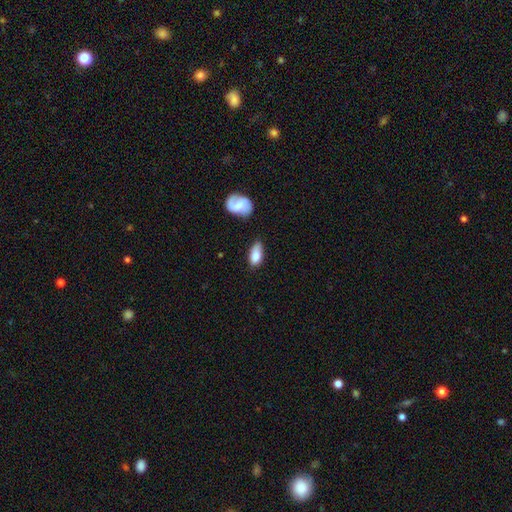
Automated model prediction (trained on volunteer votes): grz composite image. It shows a smooth galaxy with no disk features (80%) that is in between round and cigar-shaped (89%). Merging: none (56%).